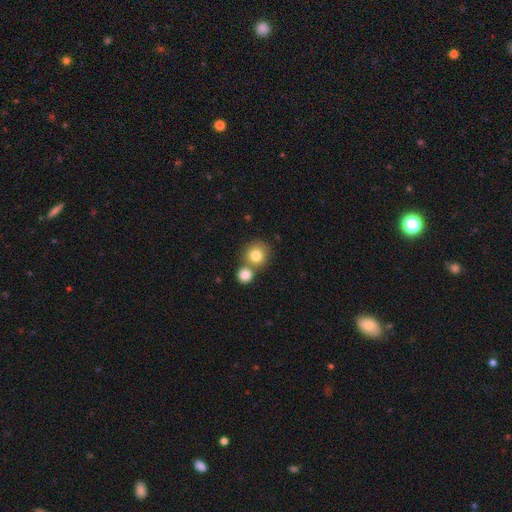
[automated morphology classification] smooth 80%, star or artifact 10%, featured or disk 10%. Down the decision tree: how rounded — round (88%); merging — none (55%).